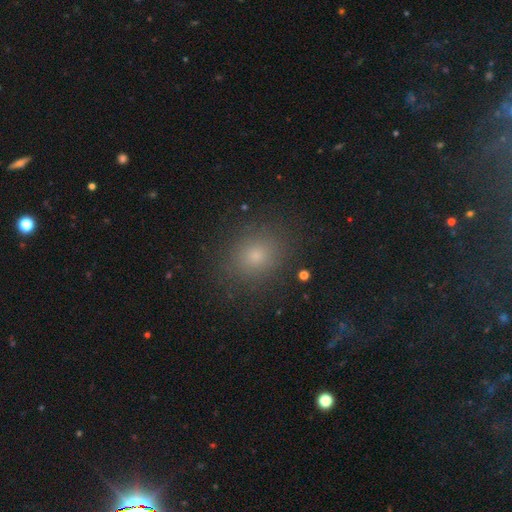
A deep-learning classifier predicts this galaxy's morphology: type=smooth (75%); roundness=round (60%); merging=none (85%).